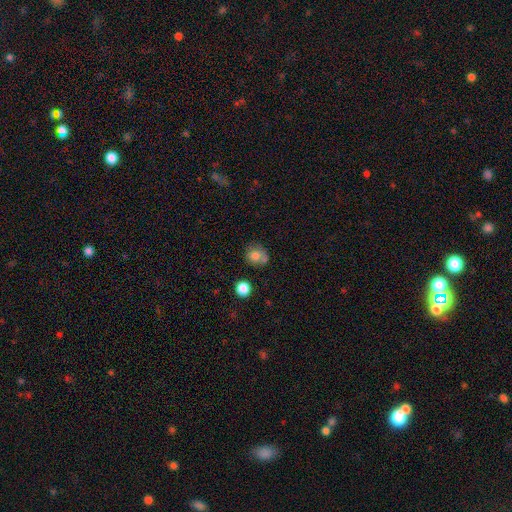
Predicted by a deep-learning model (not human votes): smooth-or-featured: smooth: 77% | featured or disk: 12% | star or artifact: 11%
  how-rounded: round: 79% | in between: 20% | cigar-shaped: 1%
  merging: none: 57% | merger: 19% | minor disturbance: 18% | major disturbance: 6%